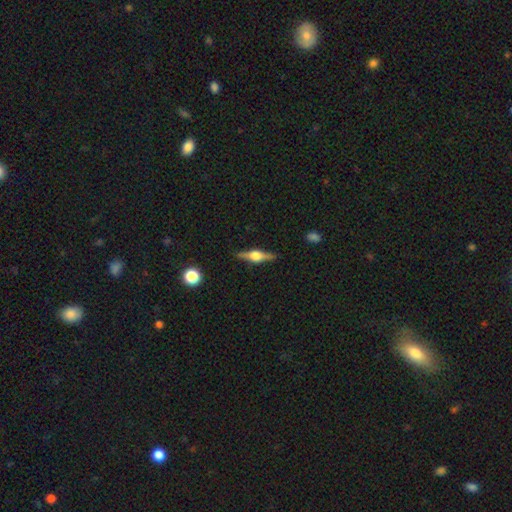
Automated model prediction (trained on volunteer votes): Smooth or featured: featured or disk — 78% (smooth — 16%)
Edge-on disk: yes — 97% (no — 3%)
Edge-on bulge: rounded — 91% (boxy — 8%)
Merging: none — 89% (minor disturbance — 8%)